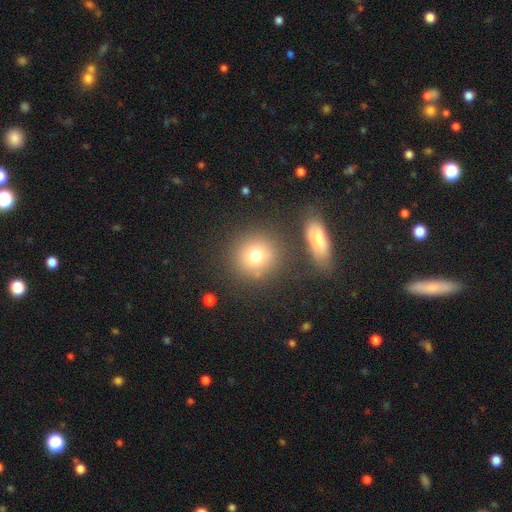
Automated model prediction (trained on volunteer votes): Smooth or featured: smooth — 76% (star or artifact — 12%)
How rounded: round — 89% (in between — 10%)
Merging: none — 75% (merger — 11%)